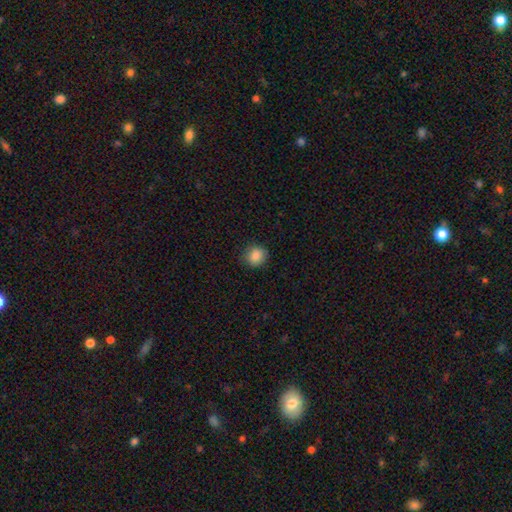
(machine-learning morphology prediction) A smooth galaxy with no disk features (86%) that is round (82%).

Vote fractions:
- Smooth or featured? smooth: 86% / star or artifact: 9% / featured or disk: 5%
- How rounded? round: 82% / in between: 17% / cigar-shaped: 1%
- Merging? none: 85% / minor disturbance: 11% / major disturbance: 3% / merger: 1%